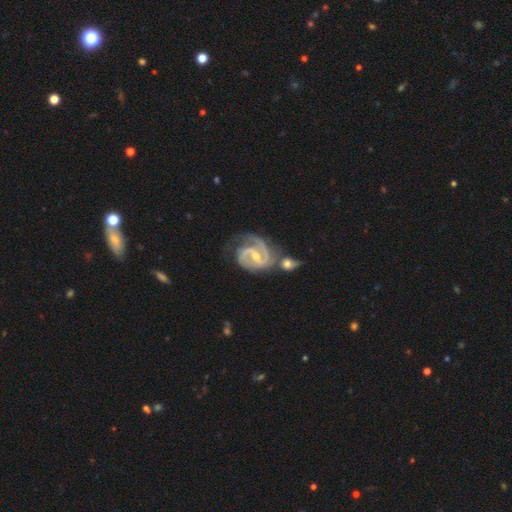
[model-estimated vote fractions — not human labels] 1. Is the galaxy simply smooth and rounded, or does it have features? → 92% featured or disk, 4% smooth, 4% star or artifact.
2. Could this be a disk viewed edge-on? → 98% no, 2% yes.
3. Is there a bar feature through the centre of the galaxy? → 50% weak, 31% strong, 19% no.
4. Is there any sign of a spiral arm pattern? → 98% yes, 2% no.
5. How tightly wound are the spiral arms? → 47% medium, 43% tight, 10% loose.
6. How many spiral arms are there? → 78% 2, 9% 3, 5% 1, 5% can't tell, 2% 4, 2% more than 4.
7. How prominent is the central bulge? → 55% small, 40% moderate, 2% none, 1% large, 1% dominant.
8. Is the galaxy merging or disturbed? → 41% none, 28% merger, 19% minor disturbance, 12% major disturbance.